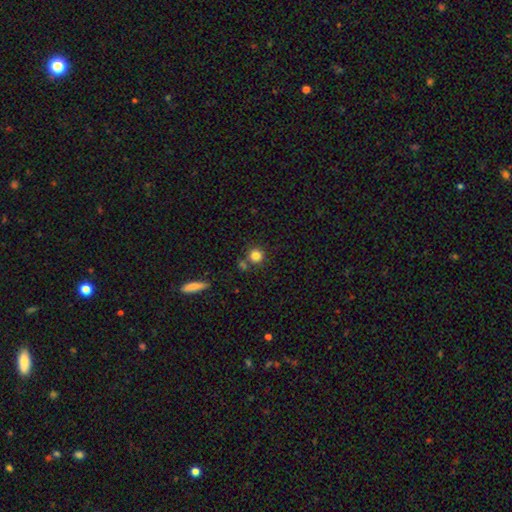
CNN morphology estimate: type=smooth (82%); roundness=round (93%); merging=none (73%).